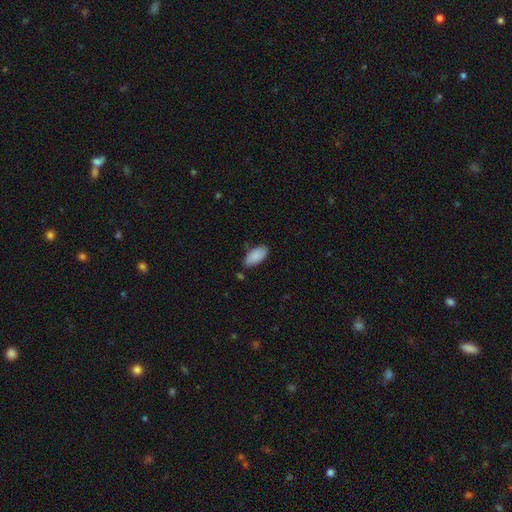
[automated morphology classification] This appears to be a smooth galaxy with no disk features (89%) that is in between round and cigar-shaped (93%). Merging: none (81%).